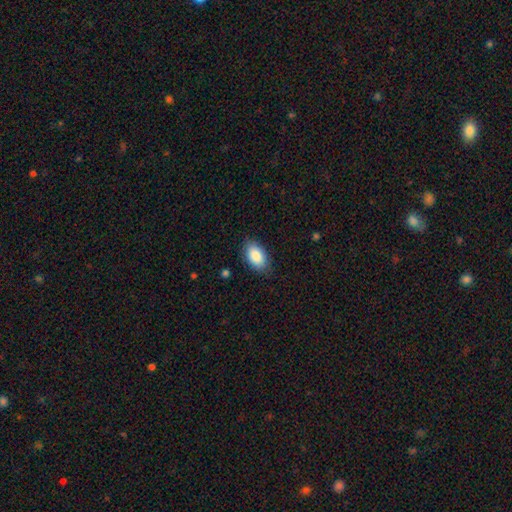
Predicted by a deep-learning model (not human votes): Q: Smooth or featured?
A: smooth (88%); runner-up: star or artifact (6%)
Q: How rounded?
A: in between (93%); runner-up: round (6%)
Q: Merging?
A: none (82%); runner-up: minor disturbance (14%)